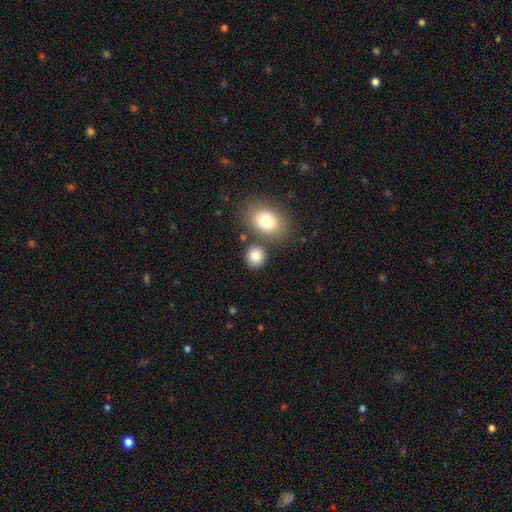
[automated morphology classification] Overall: smooth (83%). How rounded: round (78%). Merging: none (72%).